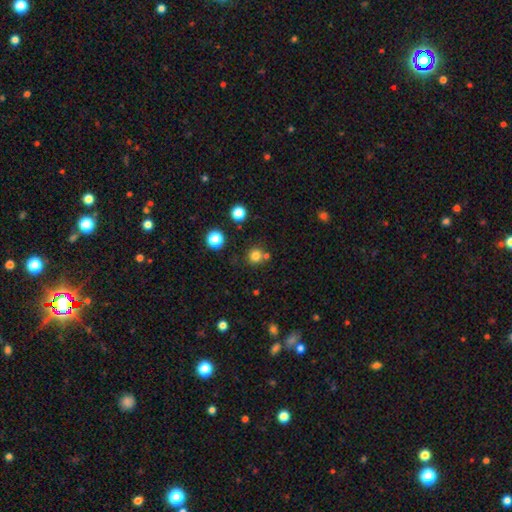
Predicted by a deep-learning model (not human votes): A smooth galaxy with no disk features (79%) that is round (92%).

Vote fractions:
- Smooth or featured? smooth: 79% / star or artifact: 15% / featured or disk: 6%
- How rounded? round: 92% / in between: 7% / cigar-shaped: 1%
- Merging? none: 75% / merger: 14% / minor disturbance: 8% / major disturbance: 3%